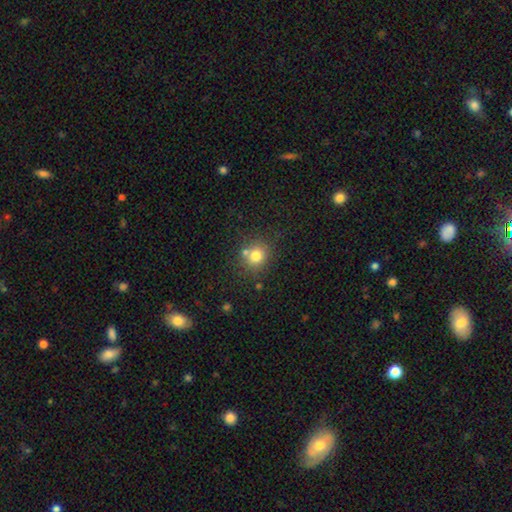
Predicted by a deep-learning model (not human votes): A smooth galaxy with no disk features (77%) that is round (82%). Merging: none (67%).